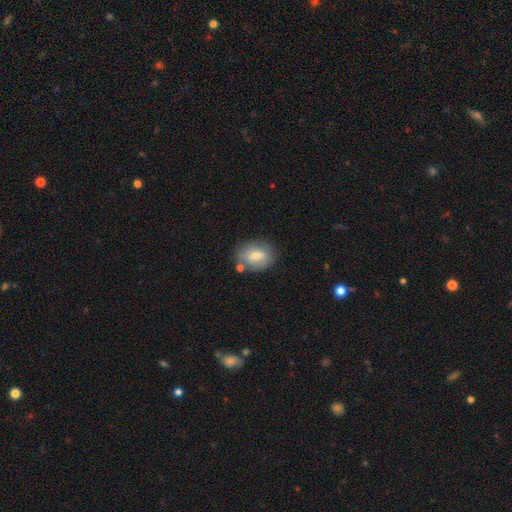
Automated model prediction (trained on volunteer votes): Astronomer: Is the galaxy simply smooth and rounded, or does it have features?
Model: smooth — 71%.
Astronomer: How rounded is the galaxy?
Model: in between — 66%.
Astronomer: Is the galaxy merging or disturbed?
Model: none — 70%.